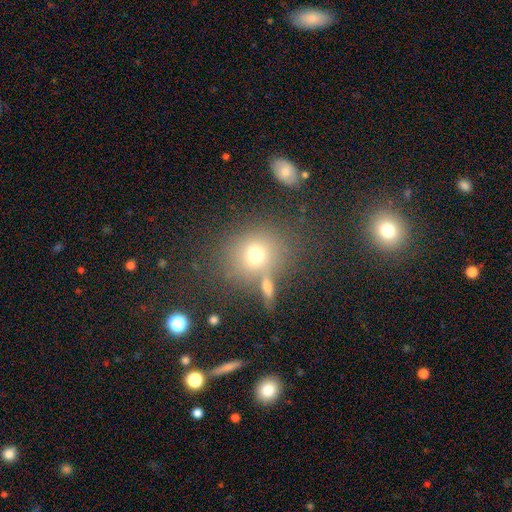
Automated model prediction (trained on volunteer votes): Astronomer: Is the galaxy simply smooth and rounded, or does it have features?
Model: smooth — 69%.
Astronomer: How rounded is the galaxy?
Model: round — 74%.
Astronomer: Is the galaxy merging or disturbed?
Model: none — 67%.